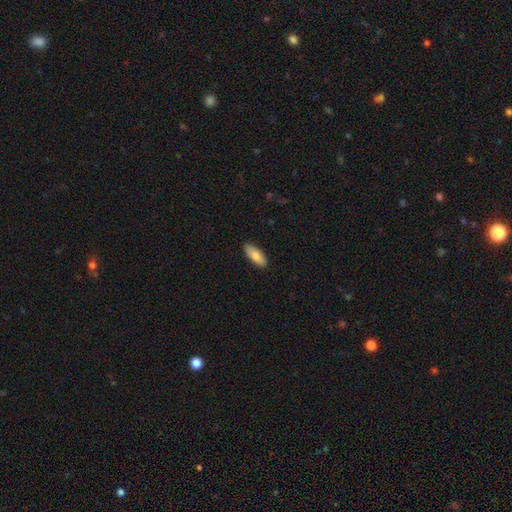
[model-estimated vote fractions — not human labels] The model was most divided on "how rounded": in between: 77%, cigar-shaped: 21%, round: 2%. More confident: merging — none (90%); smooth or featured — smooth (79%).